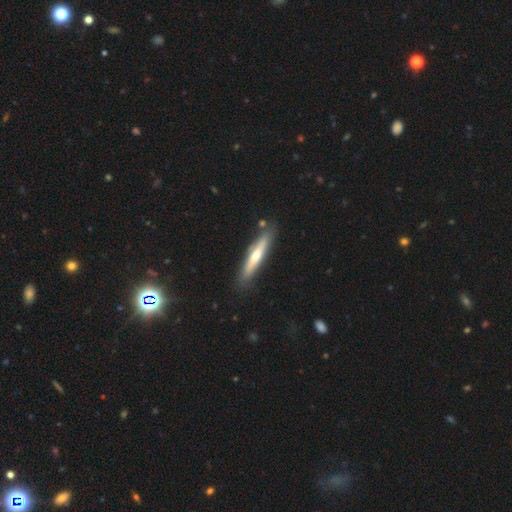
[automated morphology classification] Smooth or featured?
  - featured or disk: 51% *
  - smooth: 43%
  - star or artifact: 6%
Edge-on disk?
  - yes: 90% *
  - no: 10%
Merging?
  - none: 85% *
  - minor disturbance: 10%
  - merger: 3%
  - major disturbance: 2%